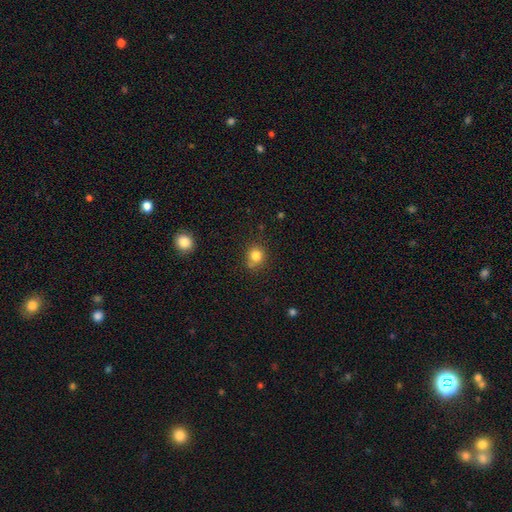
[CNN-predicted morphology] A smooth galaxy with no disk features (81%) that is round (85%). Merging: none (72%).